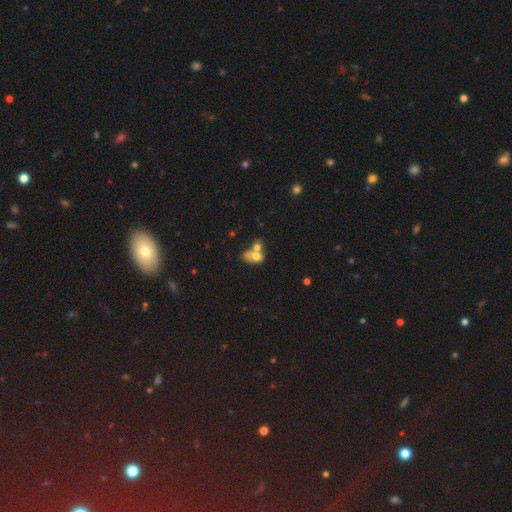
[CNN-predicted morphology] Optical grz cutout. It shows a smooth galaxy with no disk features (66%) that is in between round and cigar-shaped (74%). Merging: merger (65%).